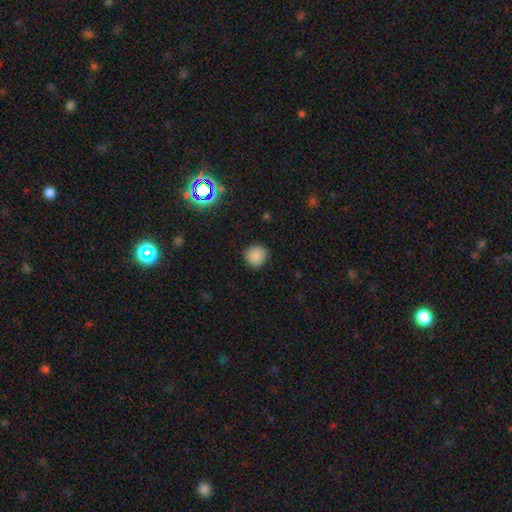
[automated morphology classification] Smooth or featured?
  - smooth: 85% *
  - star or artifact: 11%
  - featured or disk: 4%
How rounded?
  - round: 91% *
  - in between: 8%
  - cigar-shaped: 1%
Merging?
  - none: 86% *
  - minor disturbance: 10%
  - major disturbance: 2%
  - merger: 1%